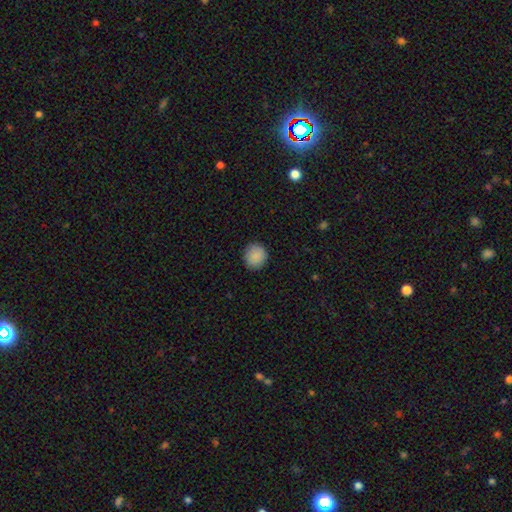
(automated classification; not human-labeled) Smooth or featured?
  - smooth: 89% *
  - star or artifact: 8%
  - featured or disk: 3%
How rounded?
  - round: 89% *
  - in between: 10%
  - cigar-shaped: 1%
Merging?
  - none: 90% *
  - minor disturbance: 7%
  - major disturbance: 2%
  - merger: 1%